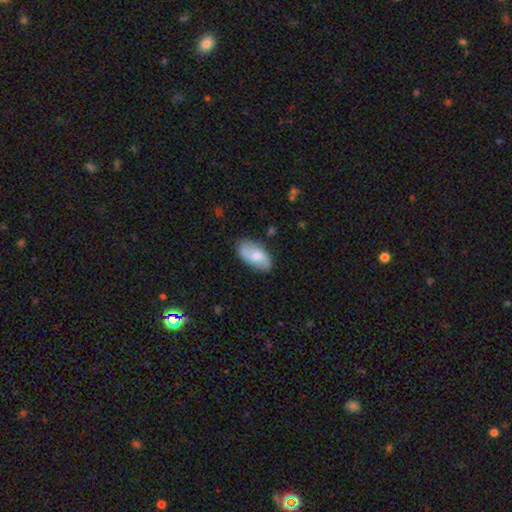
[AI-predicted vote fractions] smooth 52%, featured or disk 42%, star or artifact 6%. Down the decision tree: how rounded — in between (93%); merging — none (78%).